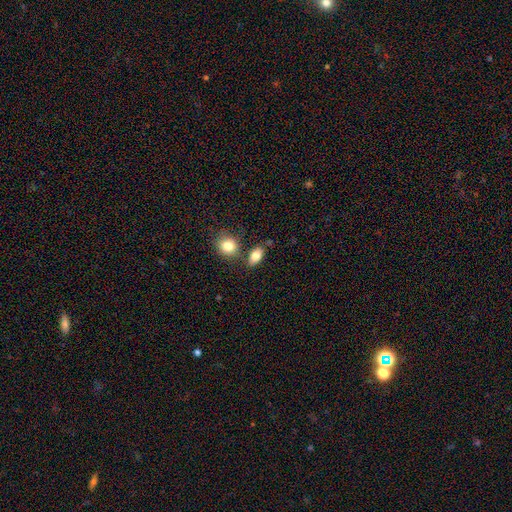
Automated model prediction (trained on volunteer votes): The model was most divided on "merging": none: 69%, merger: 16%, minor disturbance: 12%, major disturbance: 3%. More confident: how rounded — in between (86%); smooth or featured — smooth (83%).